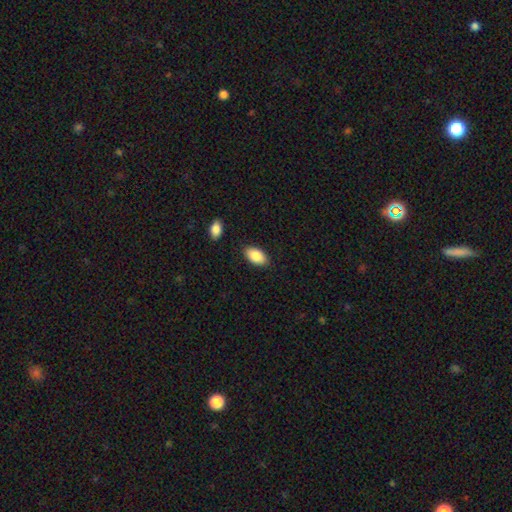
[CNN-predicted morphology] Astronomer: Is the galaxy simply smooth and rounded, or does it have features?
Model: smooth — 86%.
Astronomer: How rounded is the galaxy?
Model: in between — 94%.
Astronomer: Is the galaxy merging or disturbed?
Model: none — 87%.